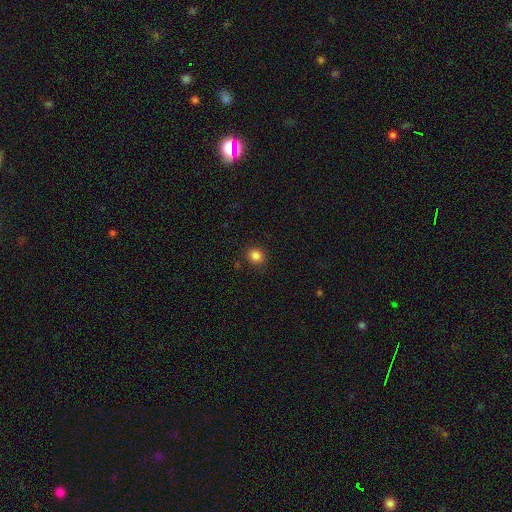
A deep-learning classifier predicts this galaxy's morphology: A smooth galaxy with no disk features (84%) that is round (81%).

Vote fractions:
- Smooth or featured? smooth: 84% / star or artifact: 12% / featured or disk: 4%
- How rounded? round: 81% / in between: 18% / cigar-shaped: 1%
- Merging? none: 88% / minor disturbance: 8% / major disturbance: 3% / merger: 1%